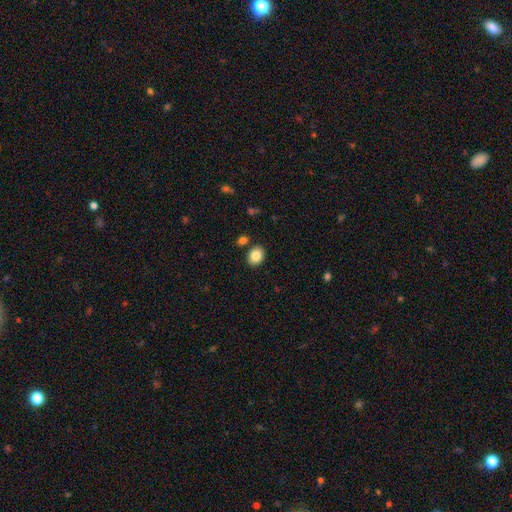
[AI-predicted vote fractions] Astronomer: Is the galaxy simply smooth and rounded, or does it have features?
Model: smooth — 85%.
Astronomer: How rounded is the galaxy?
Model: in between — 63%.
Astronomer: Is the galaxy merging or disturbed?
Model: none — 84%.